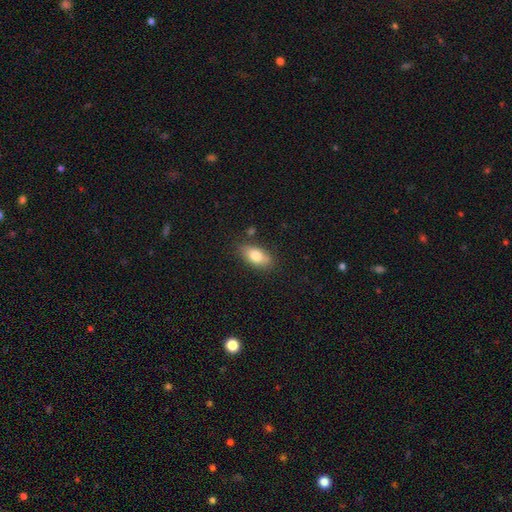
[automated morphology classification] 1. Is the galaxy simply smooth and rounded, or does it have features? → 79% smooth, 14% featured or disk, 7% star or artifact.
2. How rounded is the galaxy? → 89% in between, 7% cigar-shaped, 4% round.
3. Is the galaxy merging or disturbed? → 79% none, 14% minor disturbance, 3% merger, 3% major disturbance.